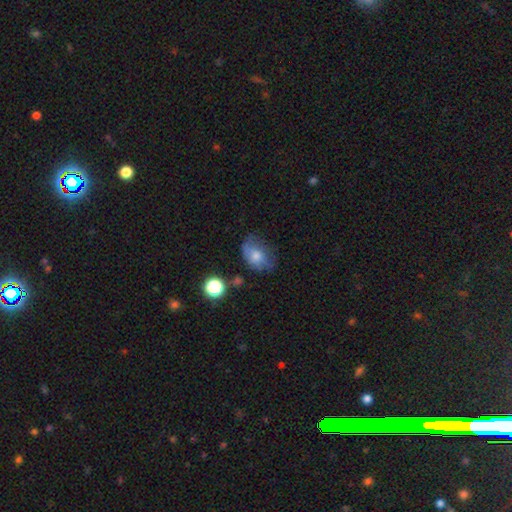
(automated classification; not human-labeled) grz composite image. It shows a smooth galaxy with no disk features (57%) that is in between round and cigar-shaped (72%). Merging: none (52%).